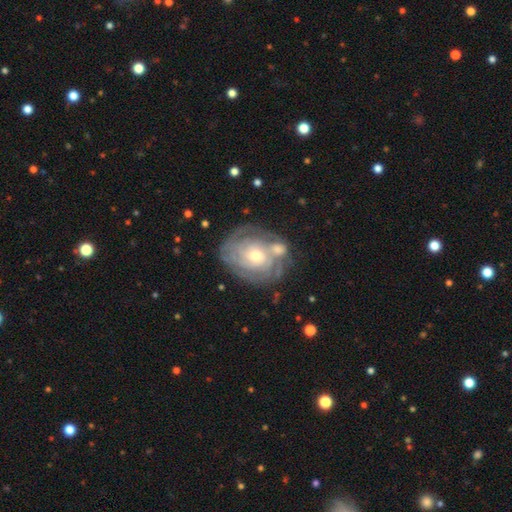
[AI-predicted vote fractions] The model was most divided on "bulge size": moderate: 57%, small: 37%, large: 4%, none: 1%, dominant: 1%. Remaining: edge-on disk — no (97%); spiral arms — yes (91%); smooth or featured — featured or disk (81%); spiral winding — tight (77%); bar — no (74%); merging — none (61%); spiral arm count — can't tell (45%).